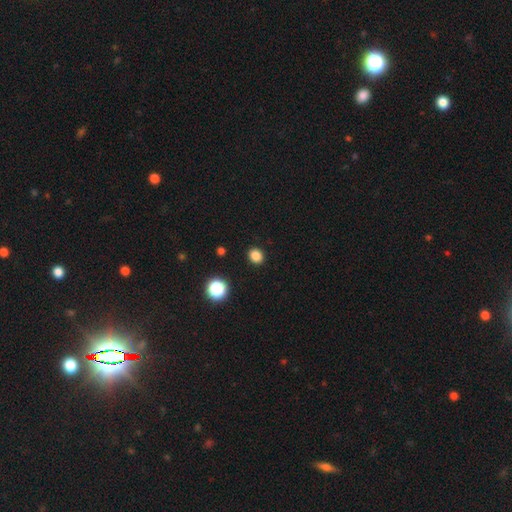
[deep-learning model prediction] Smooth or featured? smooth (84%)
How rounded? round (71%)
Merging? none (91%)